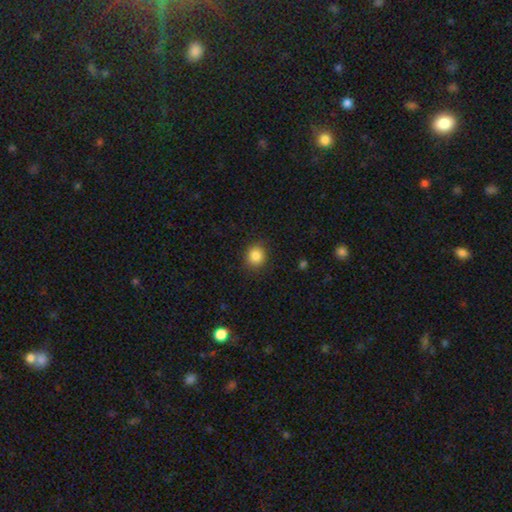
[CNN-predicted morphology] This appears to be a smooth galaxy with no disk features (86%) that is round (84%). Merging: none (89%).